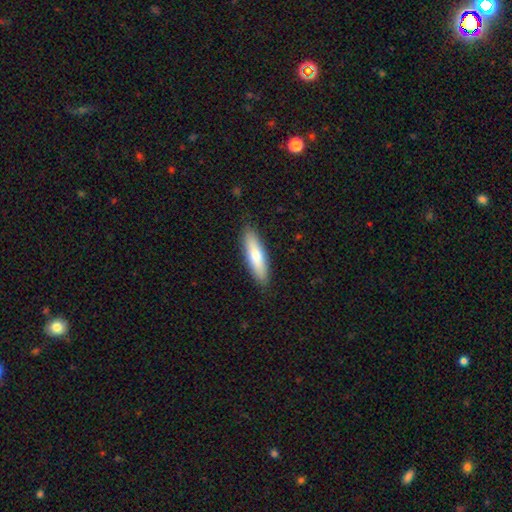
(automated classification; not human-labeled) Overall: smooth (70%). How rounded: cigar-shaped (70%). Merging: none (89%).